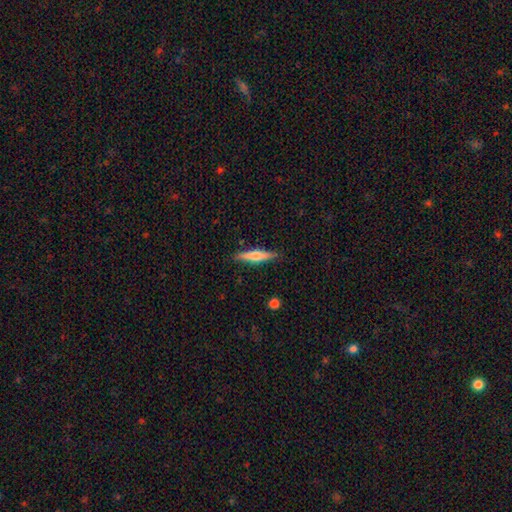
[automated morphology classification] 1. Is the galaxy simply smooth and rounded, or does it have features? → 50% smooth, 44% featured or disk, 6% star or artifact.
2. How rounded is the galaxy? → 86% cigar-shaped, 12% in between, 2% round.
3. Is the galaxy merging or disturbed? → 88% none, 9% minor disturbance, 2% major disturbance, 1% merger.